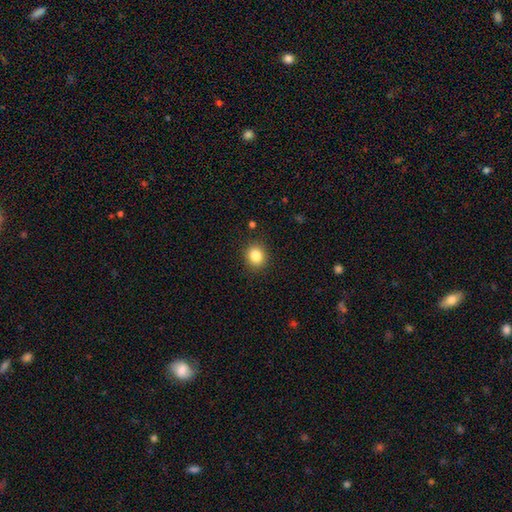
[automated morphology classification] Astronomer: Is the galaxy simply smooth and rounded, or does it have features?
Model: smooth — 84%.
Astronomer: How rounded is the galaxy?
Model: round — 78%.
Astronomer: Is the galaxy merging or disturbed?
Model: none — 89%.